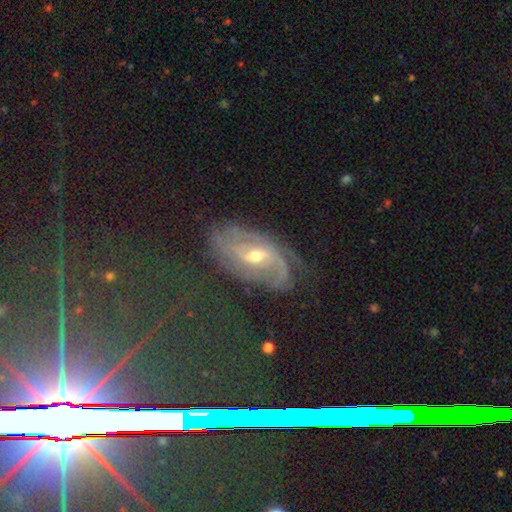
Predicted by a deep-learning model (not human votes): Morphology: type=featured or disk (79%); edge-on=no (93%); bar=weak (48%); spiral arms=yes (92%); winding=tight (53%); arm count=can't tell (36%); bulge=moderate (57%); merging=none (69%).